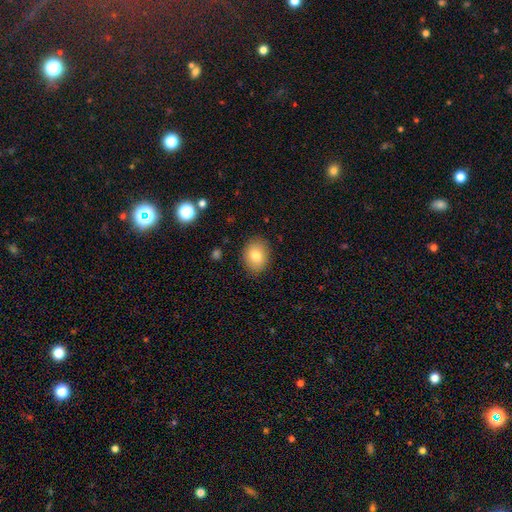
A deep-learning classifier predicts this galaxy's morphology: type=smooth (80%); roundness=in between (50%, tied with round); merging=none (87%).